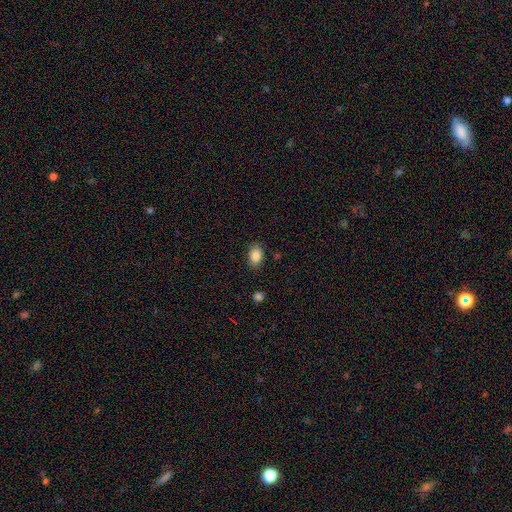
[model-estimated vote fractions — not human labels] smooth-or-featured: smooth: 86% | star or artifact: 9% | featured or disk: 5%
  how-rounded: in between: 83% | round: 16% | cigar-shaped: 1%
  merging: none: 84% | minor disturbance: 12% | major disturbance: 3% | merger: 2%